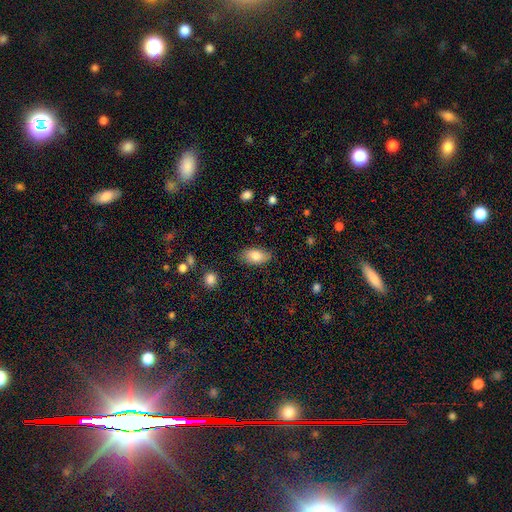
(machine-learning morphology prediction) A smooth galaxy with no disk features (81%) that is in between round and cigar-shaped (92%). Merging: none (83%).